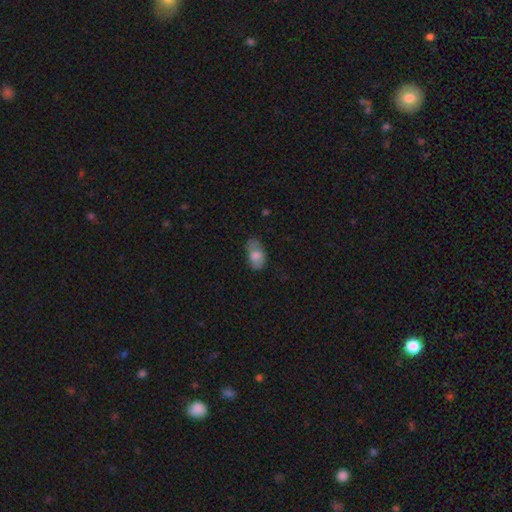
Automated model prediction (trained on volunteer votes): A smooth galaxy with no disk features (72%) that is in between round and cigar-shaped (91%).

Vote fractions:
- Smooth or featured? smooth: 72% / featured or disk: 20% / star or artifact: 8%
- How rounded? in between: 91% / round: 7% / cigar-shaped: 2%
- Merging? none: 53% / minor disturbance: 32% / major disturbance: 12% / merger: 3%